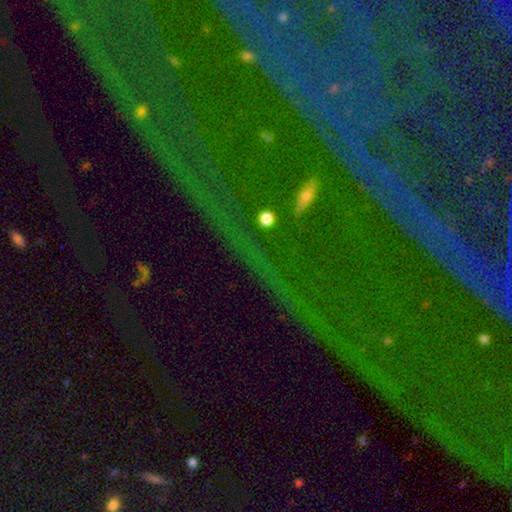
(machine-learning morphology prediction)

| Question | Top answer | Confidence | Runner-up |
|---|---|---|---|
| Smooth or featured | star or artifact | 75% | featured or disk (15%) |